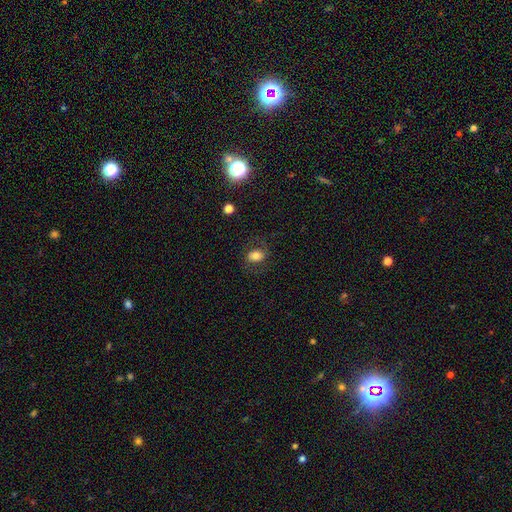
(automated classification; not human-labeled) smooth-or-featured: smooth: 69% | featured or disk: 21% | star or artifact: 10%
  how-rounded: in between: 66% | round: 32% | cigar-shaped: 1%
  merging: none: 73% | minor disturbance: 15% | major disturbance: 11% | merger: 1%